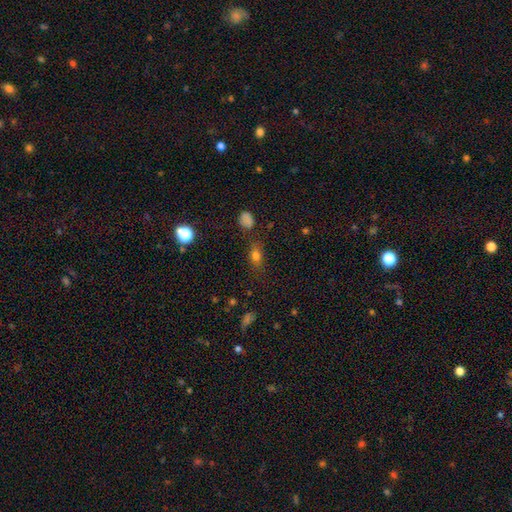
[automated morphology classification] The model was most divided on "how rounded": in between: 70%, round: 22%, cigar-shaped: 8%. More confident: smooth or featured — smooth (73%); merging — none (72%).